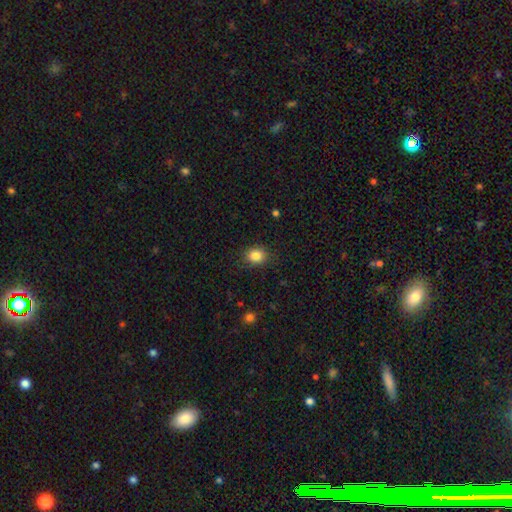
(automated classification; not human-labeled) Smooth or featured?
  - smooth: 85% *
  - star or artifact: 10%
  - featured or disk: 5%
How rounded?
  - round: 60% *
  - in between: 39%
  - cigar-shaped: 1%
Merging?
  - none: 87% *
  - minor disturbance: 9%
  - major disturbance: 3%
  - merger: 1%